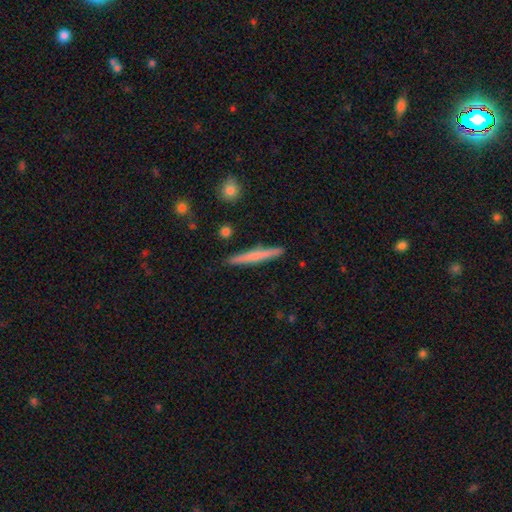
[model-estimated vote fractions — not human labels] Overall: smooth (58%; featured or disk 37%). How rounded: cigar-shaped (96%). Merging: none (90%).